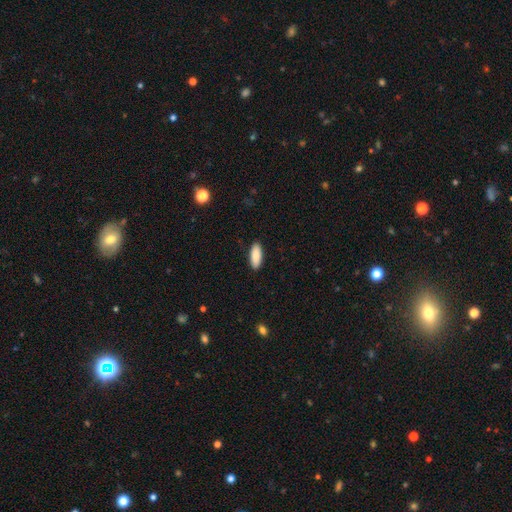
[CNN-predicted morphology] type=smooth (89%); roundness=in between (78%); merging=none (90%).